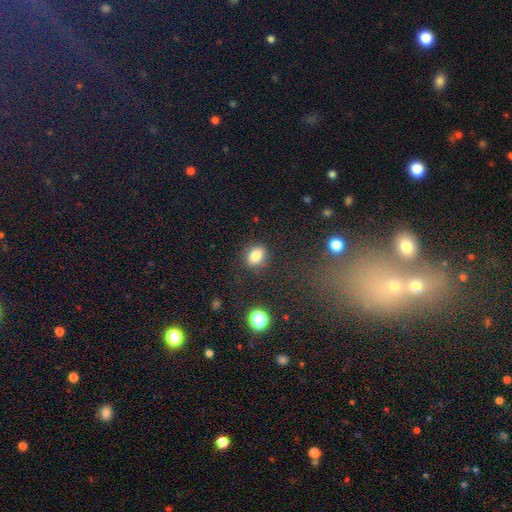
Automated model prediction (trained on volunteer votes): Morphology: type=smooth (82%); roundness=in between (59%); merging=none (83%).